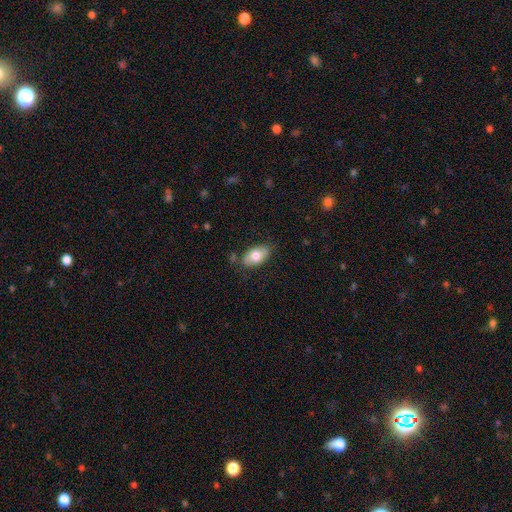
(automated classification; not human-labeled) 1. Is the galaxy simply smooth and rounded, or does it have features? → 75% smooth, 18% featured or disk, 7% star or artifact.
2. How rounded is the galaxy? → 92% in between, 5% round, 3% cigar-shaped.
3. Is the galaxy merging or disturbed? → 78% none, 16% minor disturbance, 3% major disturbance, 3% merger.